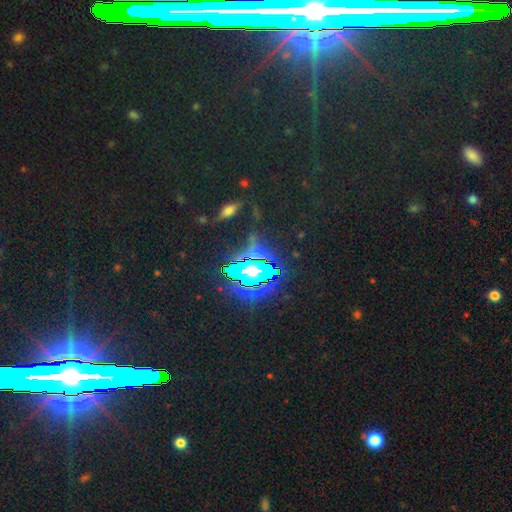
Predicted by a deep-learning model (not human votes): Morphology: type=star or artifact (84%).